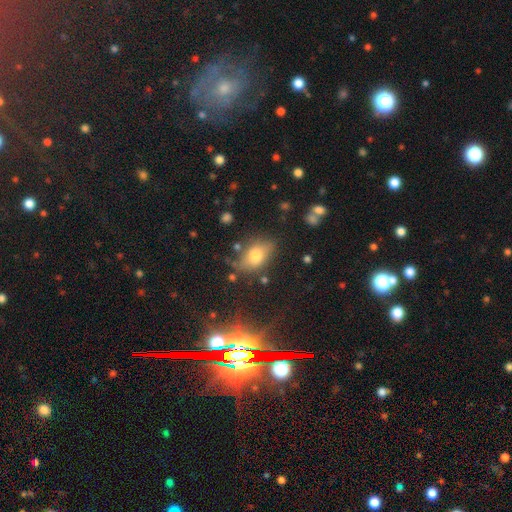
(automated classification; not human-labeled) The model was most divided on "smooth or featured": smooth: 69%, featured or disk: 20%, star or artifact: 11%. More confident: how rounded — in between (83%); merging — none (71%).